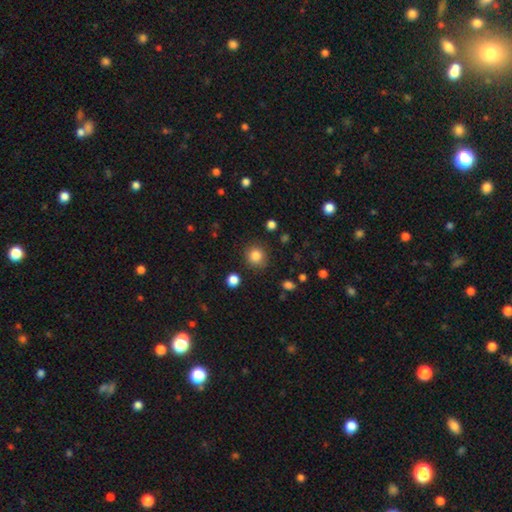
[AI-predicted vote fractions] A smooth galaxy with no disk features (84%) that is round (91%).

Vote fractions:
- Smooth or featured? smooth: 84% / star or artifact: 11% / featured or disk: 5%
- How rounded? round: 91% / in between: 8% / cigar-shaped: 1%
- Merging? none: 87% / minor disturbance: 8% / major disturbance: 3% / merger: 2%